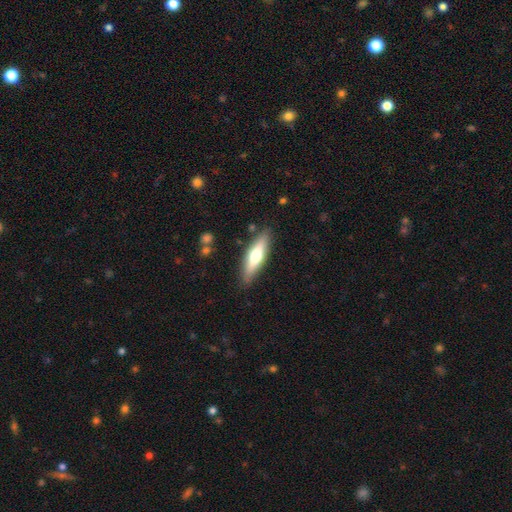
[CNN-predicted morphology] Q: Smooth or featured?
A: smooth (52%); runner-up: featured or disk (43%)
Q: How rounded?
A: cigar-shaped (66%); runner-up: in between (32%)
Q: Merging?
A: none (85%); runner-up: minor disturbance (11%)